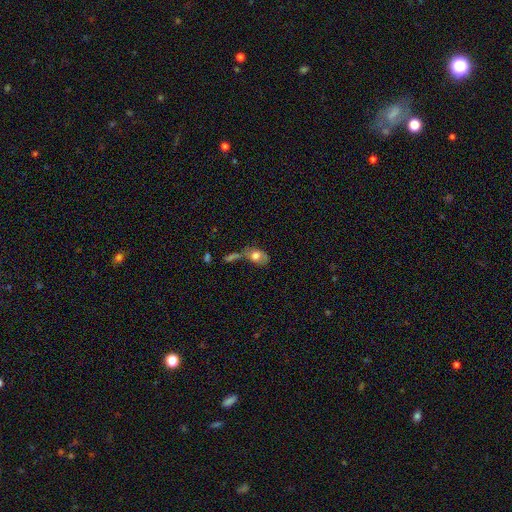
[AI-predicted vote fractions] Smooth or featured: smooth — 63% (featured or disk — 29%)
How rounded: in between — 78% (round — 19%)
Merging: merger — 36% (none — 27%)